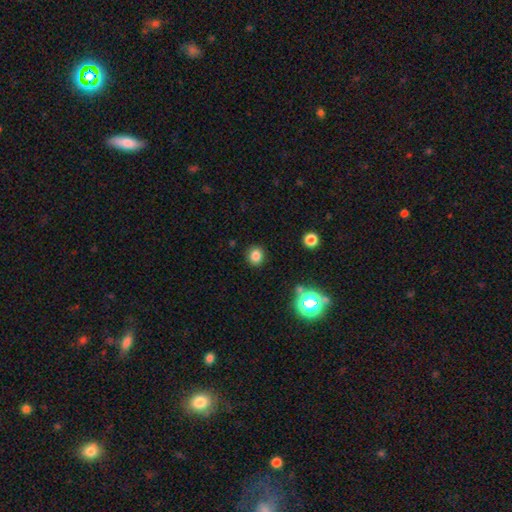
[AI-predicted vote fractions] The model was most divided on "how rounded": round: 79%, in between: 20%, cigar-shaped: 1%. More confident: merging — none (90%); smooth or featured — smooth (81%).